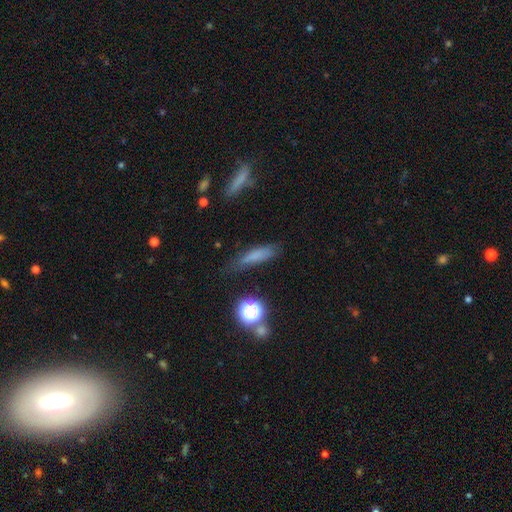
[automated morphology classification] Overall: smooth (70%). How rounded: cigar-shaped (71%). Merging: none (68%).